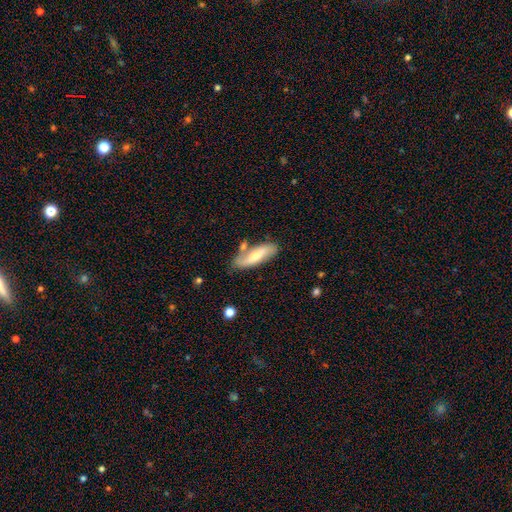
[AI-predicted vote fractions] A featured or disk galaxy (48%). Merging: none (63%).